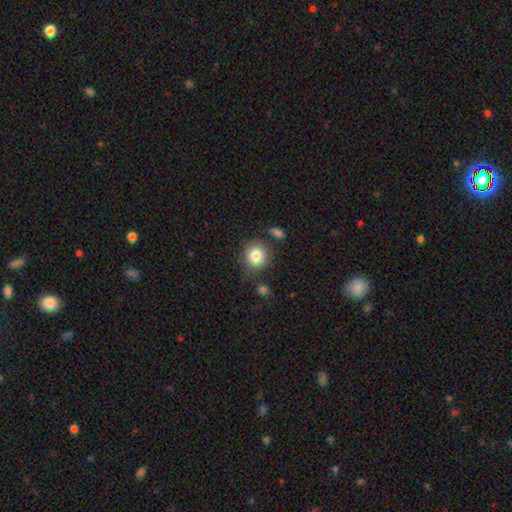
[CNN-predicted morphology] Smooth or featured: smooth — 83% (star or artifact — 9%)
How rounded: round — 88% (in between — 11%)
Merging: none — 74% (minor disturbance — 14%)